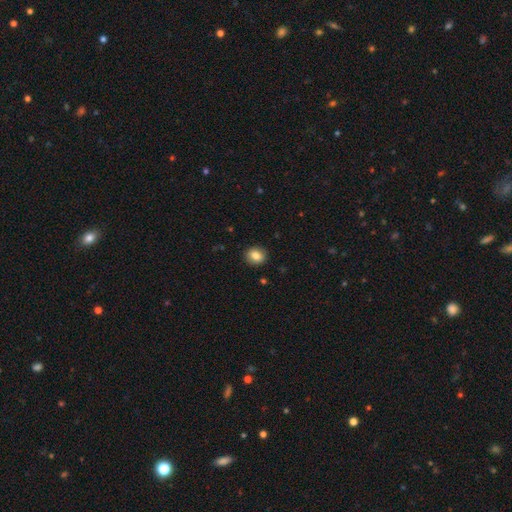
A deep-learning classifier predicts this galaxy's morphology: Smooth or featured: smooth — 83% (star or artifact — 9%)
How rounded: round — 70% (in between — 29%)
Merging: none — 90% (minor disturbance — 7%)